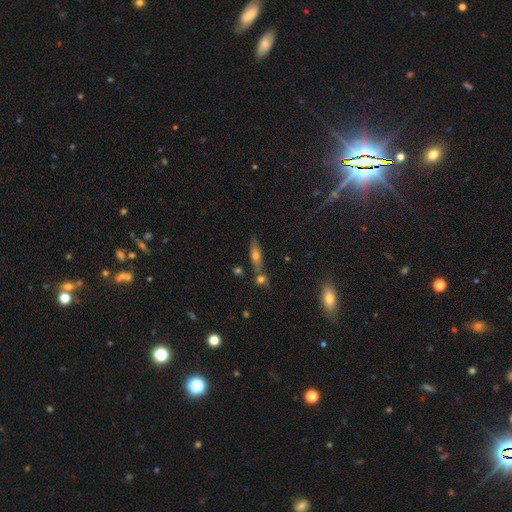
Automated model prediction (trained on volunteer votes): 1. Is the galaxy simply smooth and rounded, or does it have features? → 44% smooth, 42% featured or disk, 14% star or artifact.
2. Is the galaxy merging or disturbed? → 66% none, 18% merger, 12% minor disturbance, 4% major disturbance.